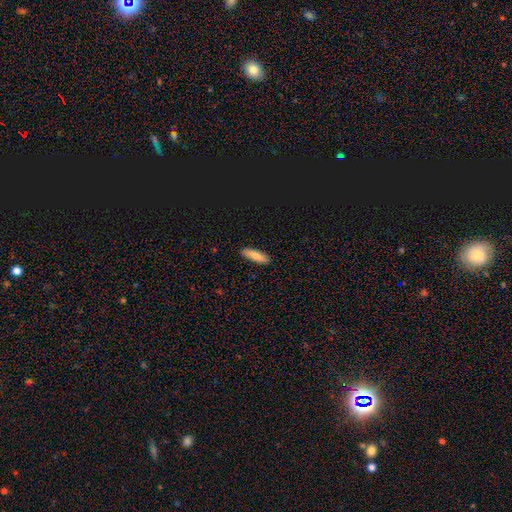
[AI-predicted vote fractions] smooth_or_featured: smooth (p=0.83) [alt: featured or disk p=0.10]
how_rounded: cigar-shaped (p=0.66) [alt: in between p=0.33]
merging: none (p=0.89) [alt: minor disturbance p=0.08]